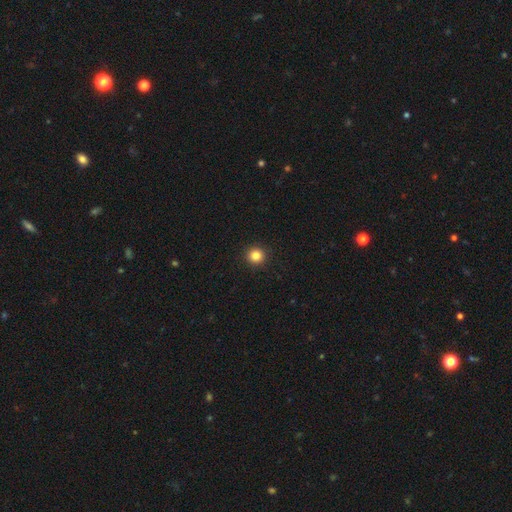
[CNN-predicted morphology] A smooth galaxy with no disk features (84%) that is round (95%).

Vote fractions:
- Smooth or featured? smooth: 84% / star or artifact: 12% / featured or disk: 5%
- How rounded? round: 95% / in between: 4% / cigar-shaped: 1%
- Merging? none: 93% / minor disturbance: 4% / major disturbance: 2% / merger: 1%